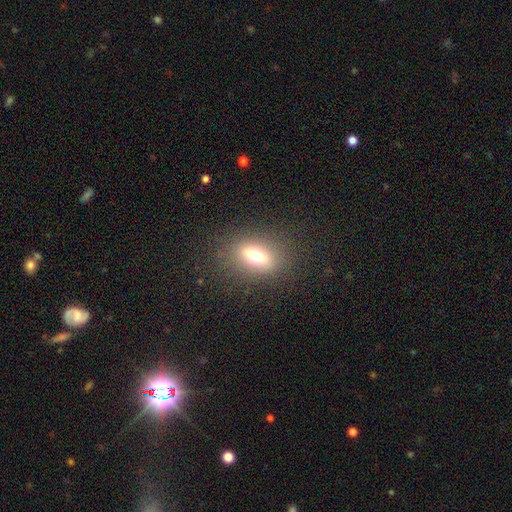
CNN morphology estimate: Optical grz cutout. It shows a smooth galaxy with no disk features (66%) that is in between round and cigar-shaped (74%). Merging: none (83%).